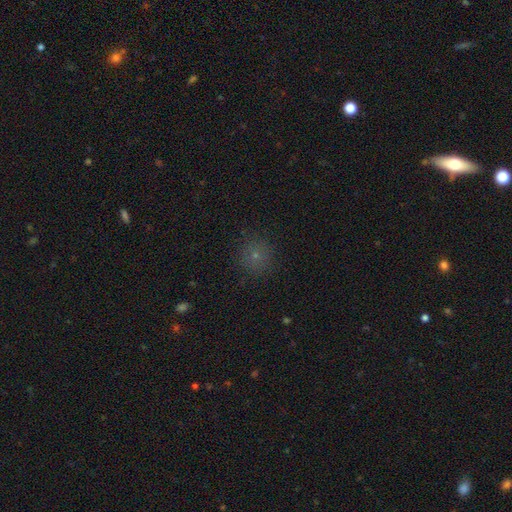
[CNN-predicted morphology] Smooth or featured? smooth (68%)
How rounded? round (93%)
Merging? none (86%)